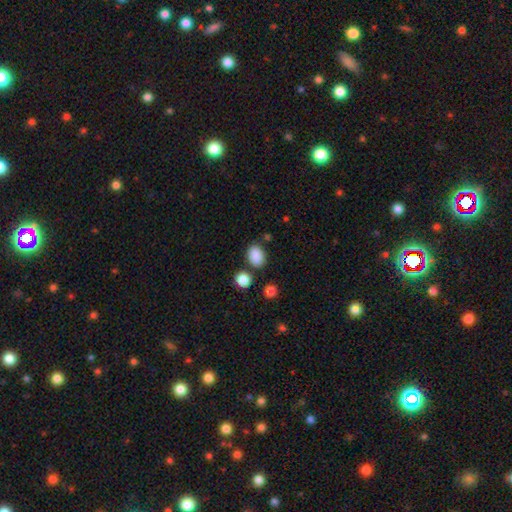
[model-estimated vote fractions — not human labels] This is clearly a smooth galaxy (87%). How rounded: likely in between (75%). Merging: likely none (77%).